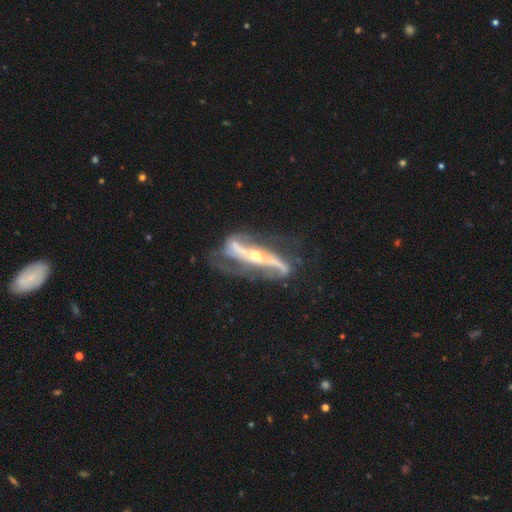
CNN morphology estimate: The model was most divided on "bulge size": moderate: 51%, small: 44%, large: 3%, none: 1%, dominant: 1%. More confident: spiral arms — yes (93%); spiral arm count — 2 (90%); smooth or featured — featured or disk (90%); edge-on disk — no (80%); bar — strong (69%); merging — none (57%); spiral winding — loose (51%).